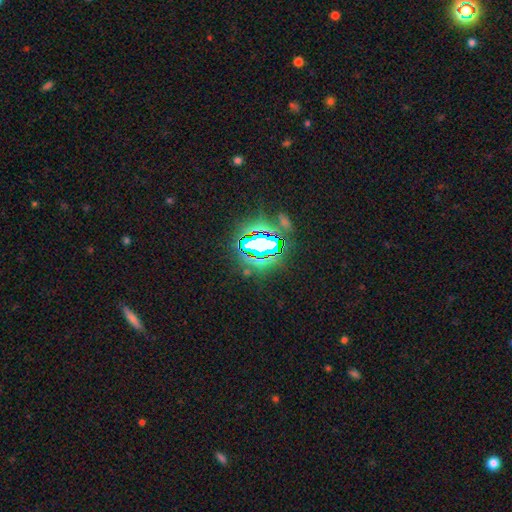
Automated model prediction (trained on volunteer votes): Smooth or featured? Predicted: star or artifact (p=0.81).